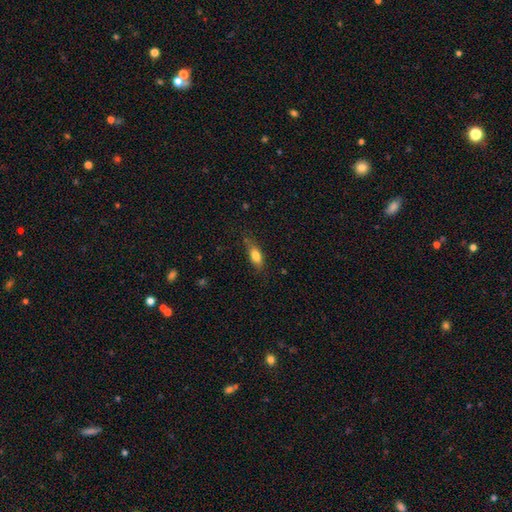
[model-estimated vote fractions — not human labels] smooth-or-featured: smooth: 80% | featured or disk: 12% | star or artifact: 8%
  how-rounded: in between: 79% | cigar-shaped: 17% | round: 4%
  merging: none: 70% | minor disturbance: 22% | major disturbance: 6% | merger: 2%